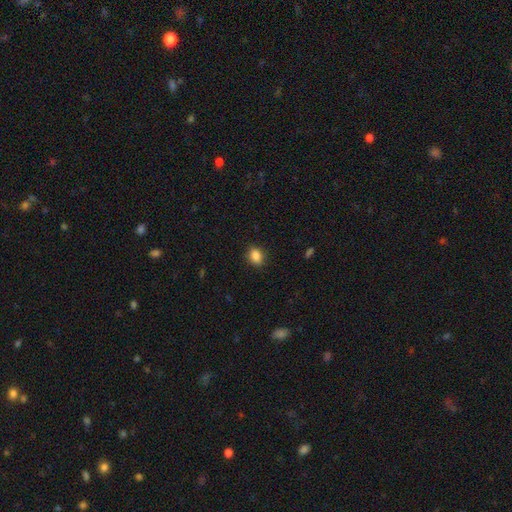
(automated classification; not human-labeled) smooth-or-featured: smooth: 87% | star or artifact: 9% | featured or disk: 4%
  how-rounded: in between: 61% | round: 38% | cigar-shaped: 1%
  merging: none: 87% | minor disturbance: 10% | major disturbance: 2% | merger: 1%